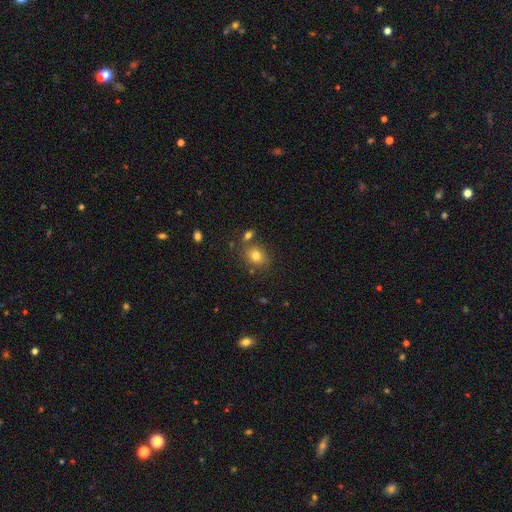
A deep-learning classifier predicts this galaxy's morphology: This is likely a smooth galaxy (78%). How rounded: possibly round (56%). Merging: likely none (71%).